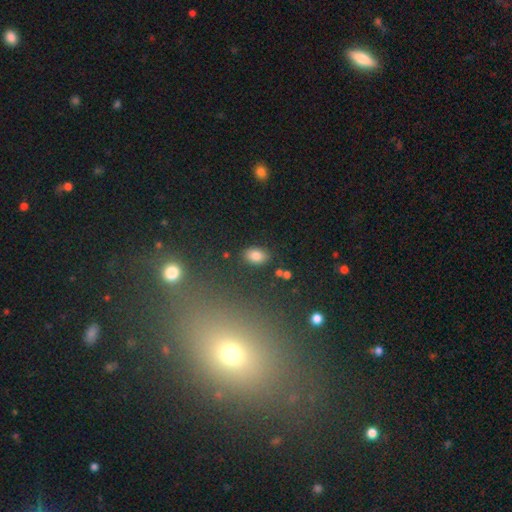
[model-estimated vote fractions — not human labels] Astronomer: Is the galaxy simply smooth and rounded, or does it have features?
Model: smooth — 82%.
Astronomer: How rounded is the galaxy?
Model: in between — 88%.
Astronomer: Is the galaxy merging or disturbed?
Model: none — 84%.